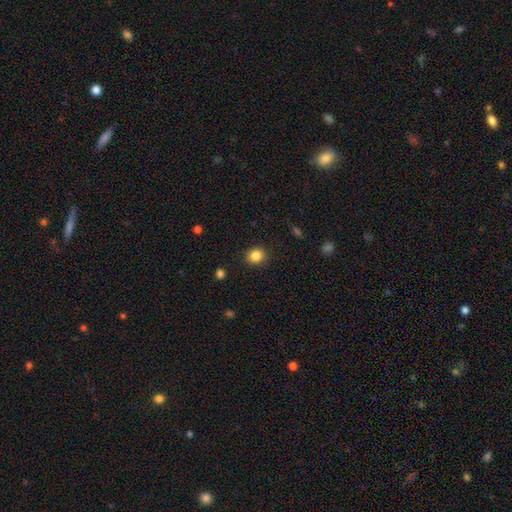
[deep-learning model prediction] Smooth or featured: smooth — 85% (star or artifact — 11%)
How rounded: round — 76% (in between — 23%)
Merging: none — 89% (minor disturbance — 8%)